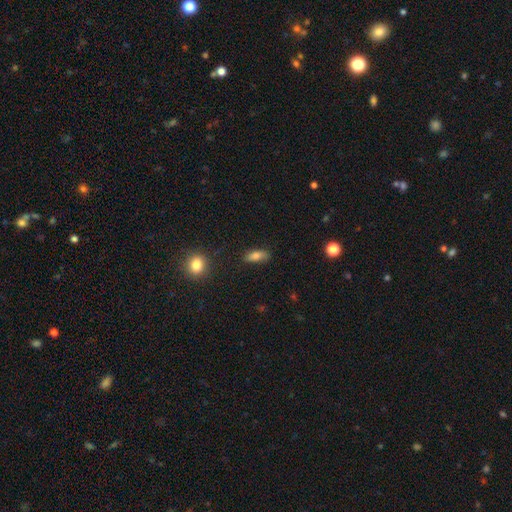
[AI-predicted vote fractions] smooth_or_featured: smooth (p=0.81) [alt: featured or disk p=0.10]
how_rounded: in between (p=0.80) [alt: cigar-shaped p=0.16]
merging: none (p=0.77) [alt: minor disturbance p=0.17]